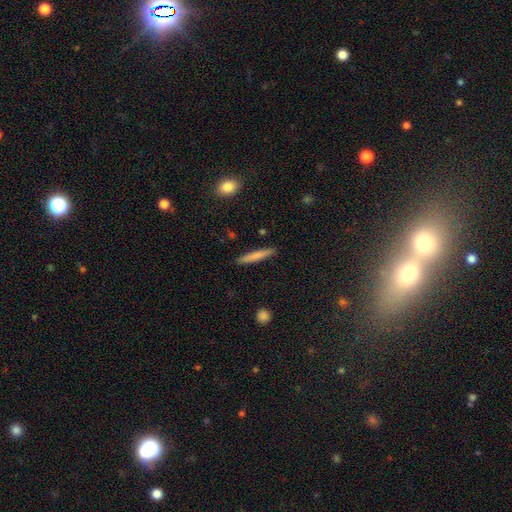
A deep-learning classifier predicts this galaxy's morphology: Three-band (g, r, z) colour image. It shows a smooth galaxy with no disk features (75%) that is cigar-shaped (94%). Merging: none (90%).